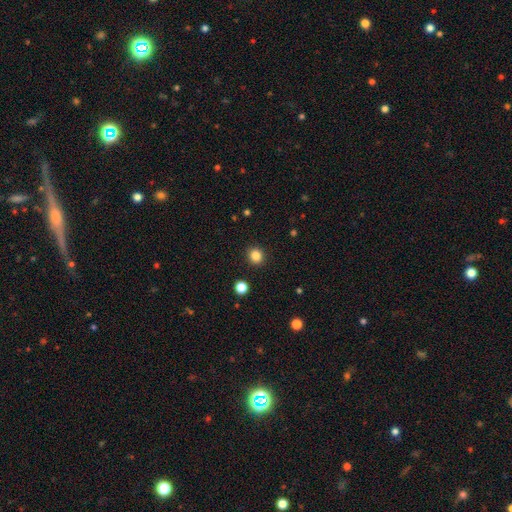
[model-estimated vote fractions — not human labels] This is clearly a smooth galaxy (84%). How rounded: clearly round (86%). Merging: clearly none (92%).